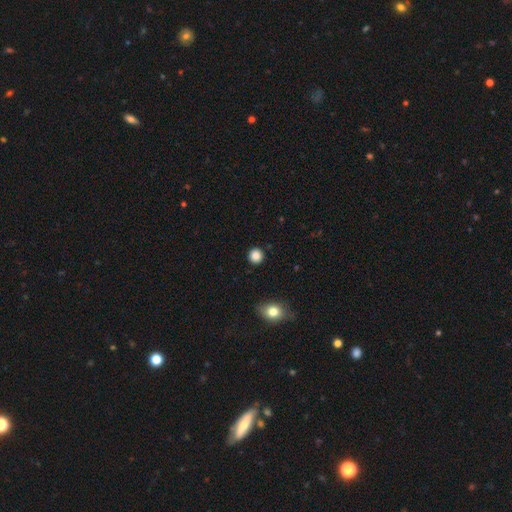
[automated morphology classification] The model was most divided on "smooth or featured": smooth: 86%, star or artifact: 10%, featured or disk: 4%. More confident: how rounded — round (93%); merging — none (91%).